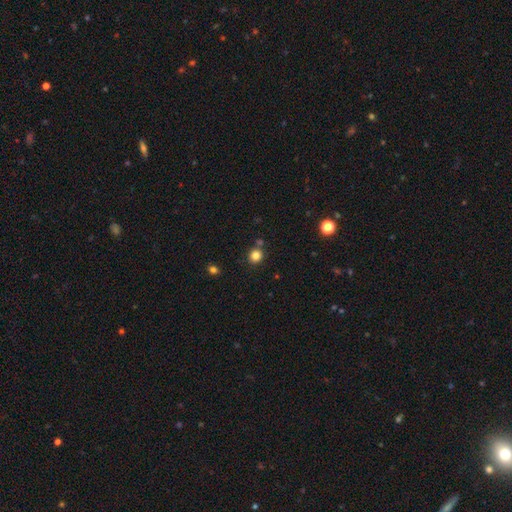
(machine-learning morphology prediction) smooth-or-featured: smooth: 82% | star or artifact: 13% | featured or disk: 5%
  how-rounded: round: 90% | in between: 9% | cigar-shaped: 1%
  merging: none: 81% | merger: 9% | minor disturbance: 8% | major disturbance: 2%